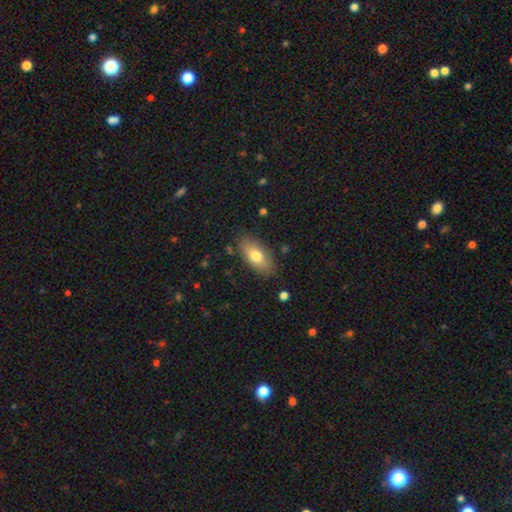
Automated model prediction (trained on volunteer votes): Smooth or featured?
  - smooth: 74% *
  - featured or disk: 19%
  - star or artifact: 7%
How rounded?
  - in between: 89% *
  - cigar-shaped: 7%
  - round: 4%
Merging?
  - none: 82% *
  - minor disturbance: 13%
  - major disturbance: 3%
  - merger: 2%